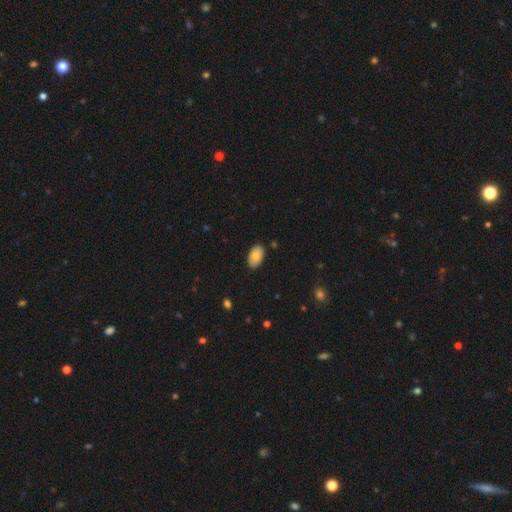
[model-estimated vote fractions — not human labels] Smooth or featured?
  - smooth: 78% *
  - featured or disk: 15%
  - star or artifact: 7%
How rounded?
  - in between: 93% *
  - round: 6%
  - cigar-shaped: 1%
Merging?
  - none: 85% *
  - minor disturbance: 11%
  - major disturbance: 2%
  - merger: 1%